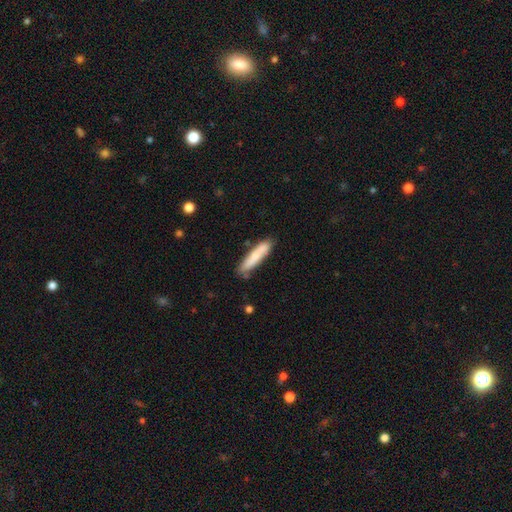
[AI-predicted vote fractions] Overall: smooth (70%). How rounded: cigar-shaped (84%). Merging: none (77%).